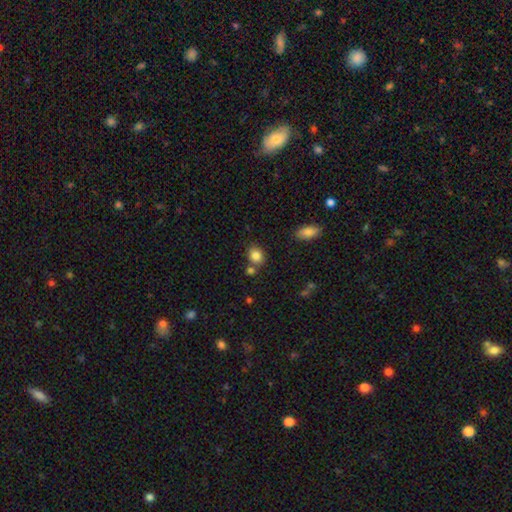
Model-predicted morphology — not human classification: The model was most divided on "how rounded": round: 54%, in between: 45%, cigar-shaped: 1%. More confident: smooth or featured — smooth (84%); merging — none (68%).